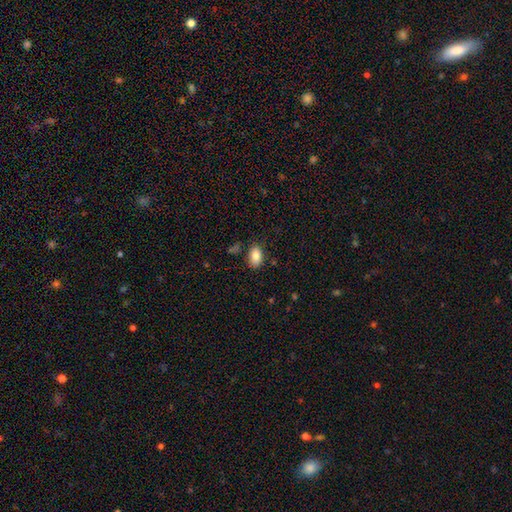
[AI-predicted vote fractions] smooth_or_featured: smooth (p=0.86) [alt: star or artifact p=0.08]
how_rounded: in between (p=0.90) [alt: round p=0.09]
merging: none (p=0.81) [alt: minor disturbance p=0.13]